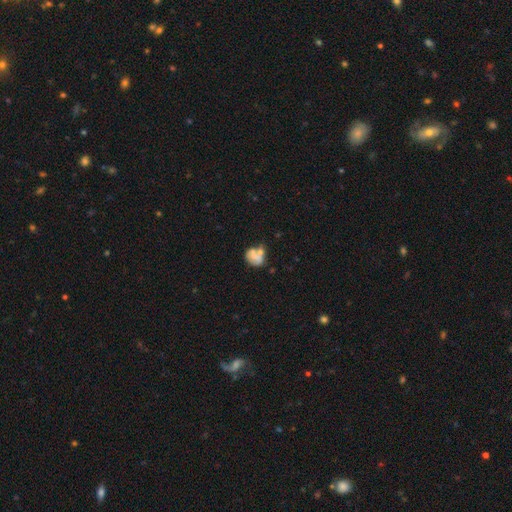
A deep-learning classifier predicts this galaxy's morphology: type=smooth (56%); roundness=round (52%); merging=merger (38%).